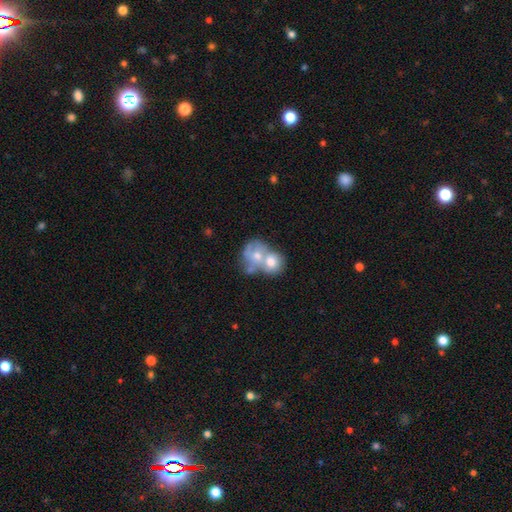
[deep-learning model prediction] Smooth or featured: smooth — 54% (featured or disk — 39%)
How rounded: round — 59% (in between — 40%)
Merging: merger — 75% (none — 13%)